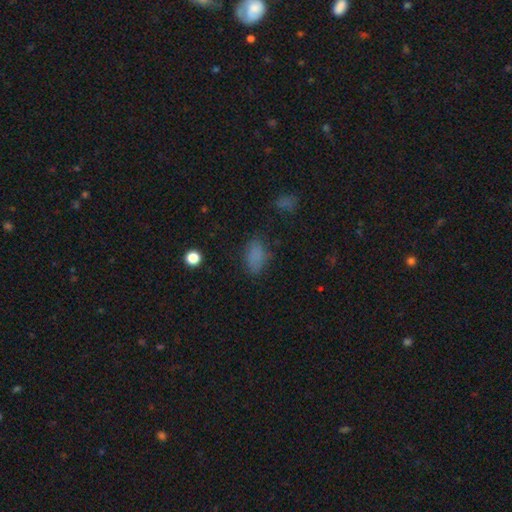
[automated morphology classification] Smooth or featured? Predicted: smooth (p=0.78). How rounded? Predicted: in between (p=0.89). Merging? Predicted: none (p=0.71).